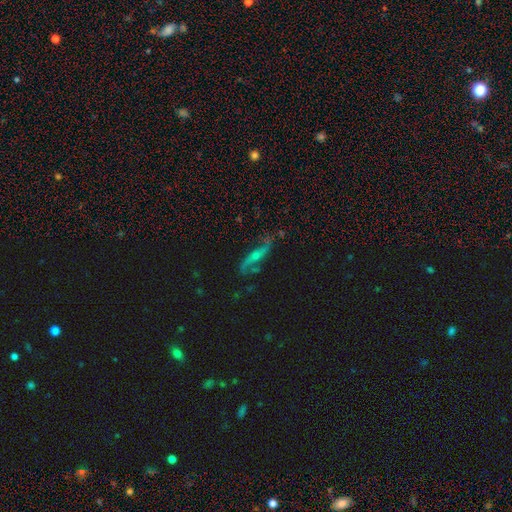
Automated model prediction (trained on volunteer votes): Q: Smooth or featured?
A: featured or disk (79%); runner-up: smooth (13%)
Q: Edge-on disk?
A: no (79%); runner-up: yes (21%)
Q: Bar?
A: no (53%); runner-up: weak (30%)
Q: Spiral arms?
A: yes (92%); runner-up: no (8%)
Q: Spiral winding?
A: loose (80%); runner-up: medium (14%)
Q: Spiral arm count?
A: 2 (91%); runner-up: can't tell (3%)
Q: Bulge size?
A: small (55%); runner-up: moderate (37%)
Q: Merging?
A: none (66%); runner-up: minor disturbance (20%)